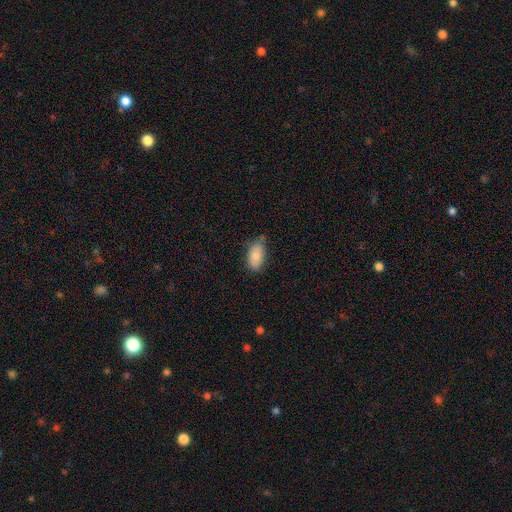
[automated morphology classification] Smooth or featured?
  - smooth: 83% *
  - featured or disk: 10%
  - star or artifact: 7%
How rounded?
  - in between: 93% *
  - round: 4%
  - cigar-shaped: 3%
Merging?
  - none: 65% *
  - minor disturbance: 27%
  - major disturbance: 4%
  - merger: 3%